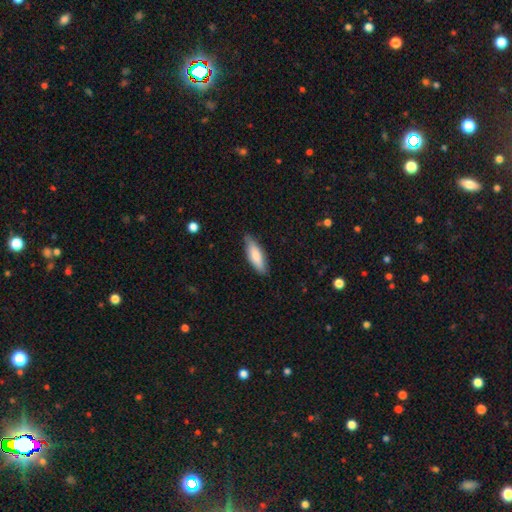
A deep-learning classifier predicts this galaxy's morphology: smooth 78%, featured or disk 16%, star or artifact 6%. Down the decision tree: how rounded — in between (51%); merging — none (82%).